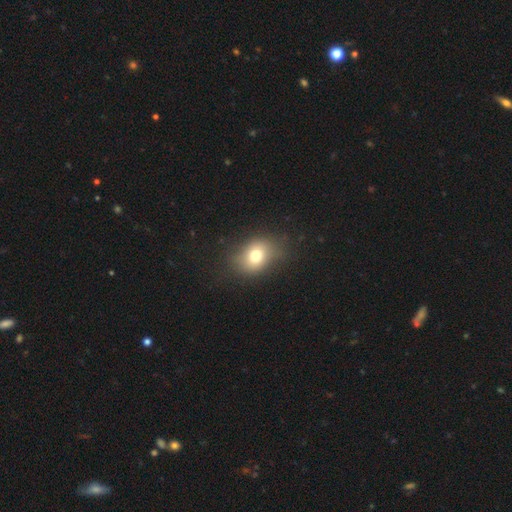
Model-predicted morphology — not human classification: This is likely a smooth galaxy (74%). How rounded: likely in between (60%). Merging: likely none (72%).